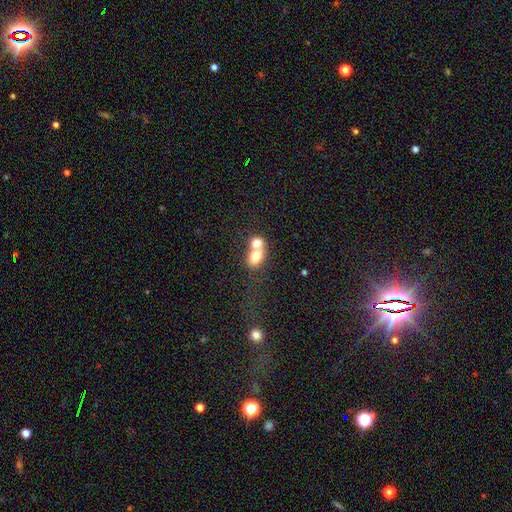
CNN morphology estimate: Smooth or featured: smooth — 72% (featured or disk — 20%)
How rounded: in between — 56% (round — 42%)
Merging: merger — 73% (none — 18%)